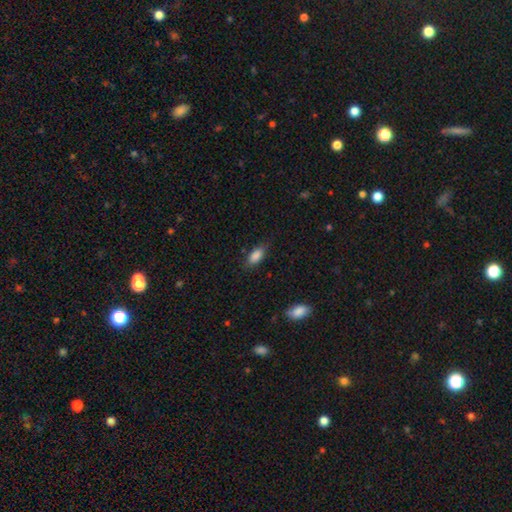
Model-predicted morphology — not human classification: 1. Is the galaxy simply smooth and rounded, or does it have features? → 86% smooth, 7% star or artifact, 6% featured or disk.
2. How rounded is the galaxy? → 86% in between, 11% cigar-shaped, 3% round.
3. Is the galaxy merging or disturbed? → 77% none, 17% minor disturbance, 4% major disturbance, 2% merger.